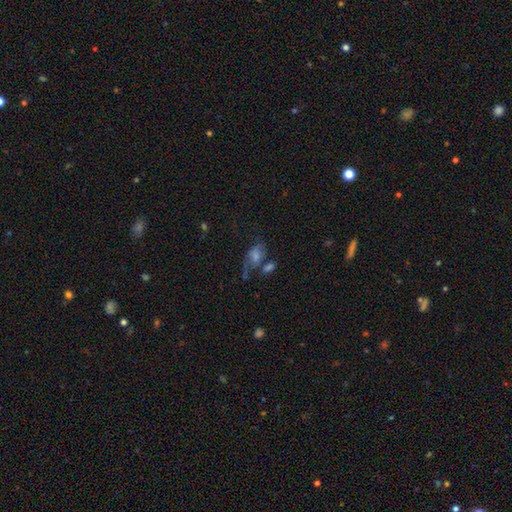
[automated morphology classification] Smooth or featured: smooth — 64% (featured or disk — 24%)
How rounded: in between — 86% (round — 12%)
Merging: none — 31% (major disturbance — 23%)